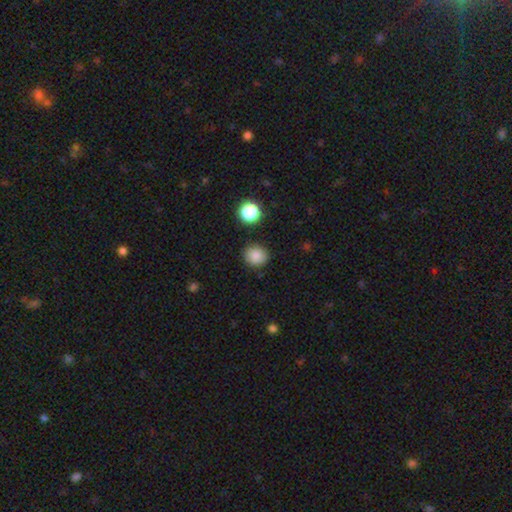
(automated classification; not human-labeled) Overall: smooth (84%). How rounded: round (86%). Merging: none (87%).